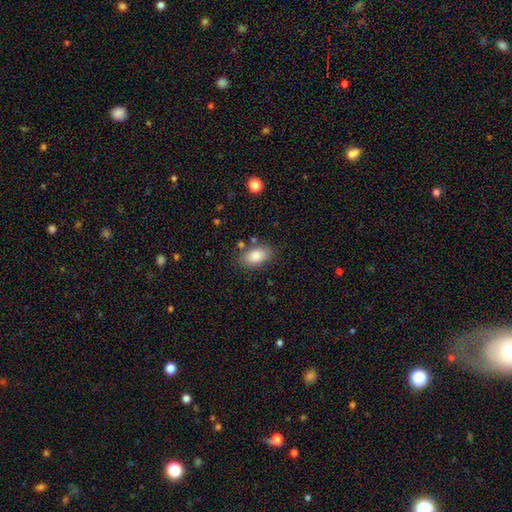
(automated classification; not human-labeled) Overall: smooth (85%). How rounded: in between (91%). Merging: none (78%).